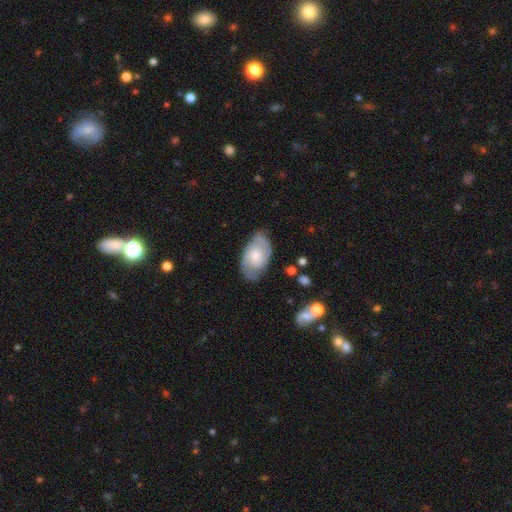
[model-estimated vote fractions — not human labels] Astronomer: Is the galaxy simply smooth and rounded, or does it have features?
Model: featured or disk — 57% (runner-up: smooth, 37%).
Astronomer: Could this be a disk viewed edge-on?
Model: no — 95%.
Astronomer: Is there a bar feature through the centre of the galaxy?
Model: no — 71%.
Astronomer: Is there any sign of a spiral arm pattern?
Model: yes — 83%.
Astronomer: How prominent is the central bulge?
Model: small — 42%, tied with moderate at 42%.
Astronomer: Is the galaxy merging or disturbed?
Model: none — 73%.